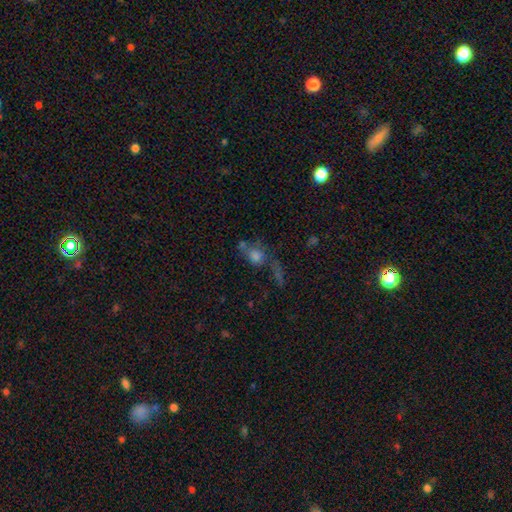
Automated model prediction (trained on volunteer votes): smooth-or-featured: smooth: 59% | star or artifact: 22% | featured or disk: 19%
  how-rounded: round: 61% | in between: 35% | cigar-shaped: 5%
  merging: none: 40% | merger: 27% | major disturbance: 18% | minor disturbance: 15%